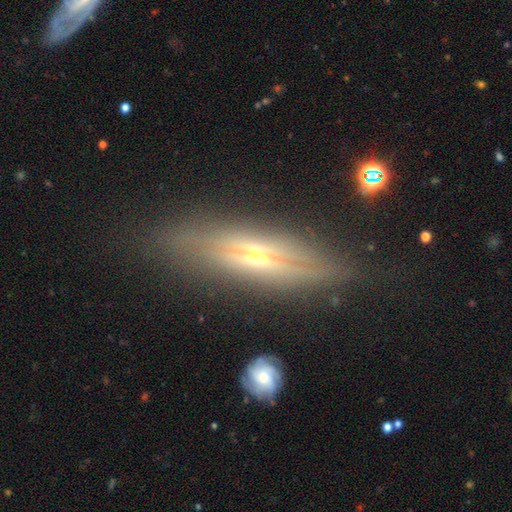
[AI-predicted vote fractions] A featured or disk galaxy (74%) viewed edge-on (86%) with a rounded central bulge (81%). Merging: none (78%).